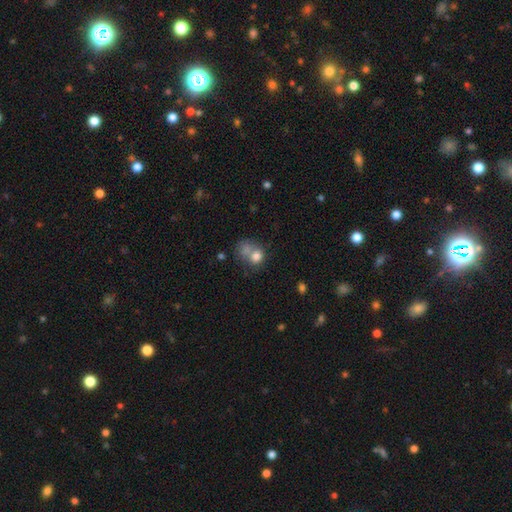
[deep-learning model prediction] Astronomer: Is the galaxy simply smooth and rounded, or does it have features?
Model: smooth — 75%.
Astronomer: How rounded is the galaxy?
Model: round — 64%.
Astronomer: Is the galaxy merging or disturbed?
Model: merger — 52% (runner-up: none, 28%).